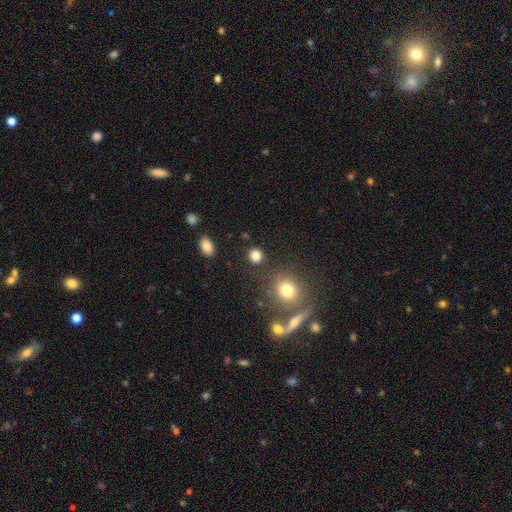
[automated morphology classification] type=smooth (82%); roundness=round (85%); merging=none (85%).